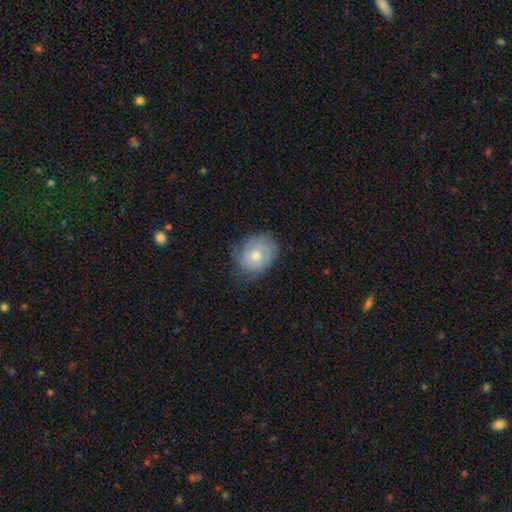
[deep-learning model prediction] Q: Smooth or featured?
A: featured or disk (50%); runner-up: smooth (42%)
Q: Edge-on disk?
A: no (96%); runner-up: yes (4%)
Q: Merging?
A: none (68%); runner-up: minor disturbance (23%)